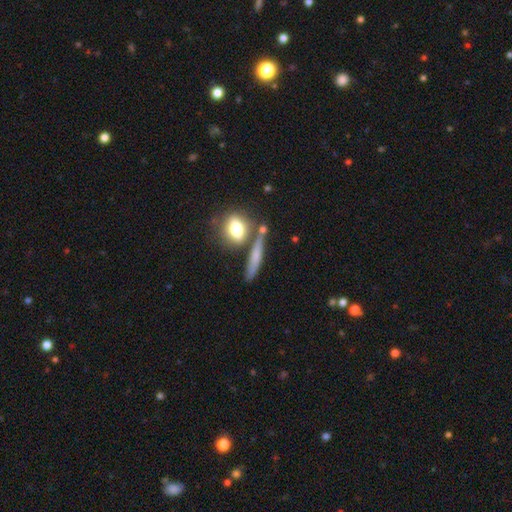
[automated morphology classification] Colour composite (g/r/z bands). It shows a smooth galaxy with no disk features (58%) that is cigar-shaped (67%). Merging: none (66%).